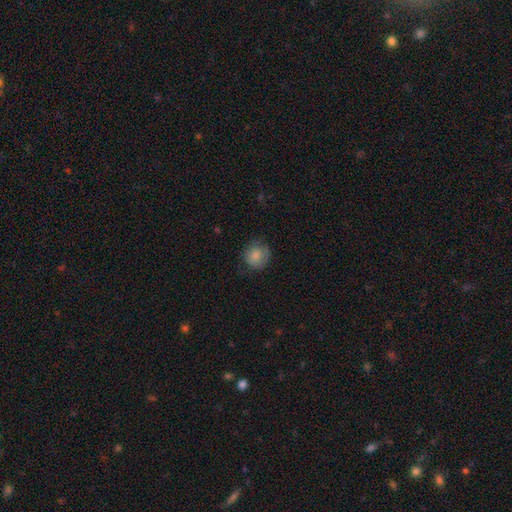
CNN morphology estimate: Q: Smooth or featured?
A: smooth (82%); runner-up: featured or disk (10%)
Q: How rounded?
A: round (88%); runner-up: in between (11%)
Q: Merging?
A: none (74%); runner-up: minor disturbance (19%)